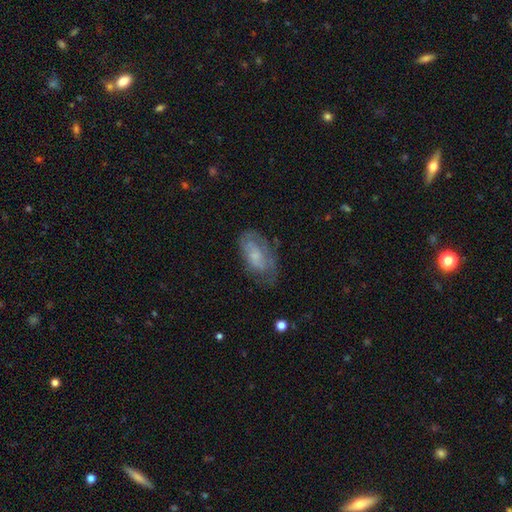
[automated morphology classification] type=featured or disk (47%); merging=none (53%).